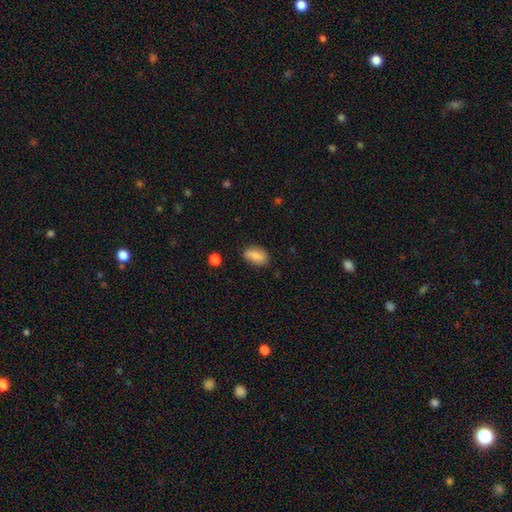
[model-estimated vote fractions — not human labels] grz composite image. It shows a smooth galaxy with no disk features (81%) that is in between round and cigar-shaped (85%). Merging: none (75%).